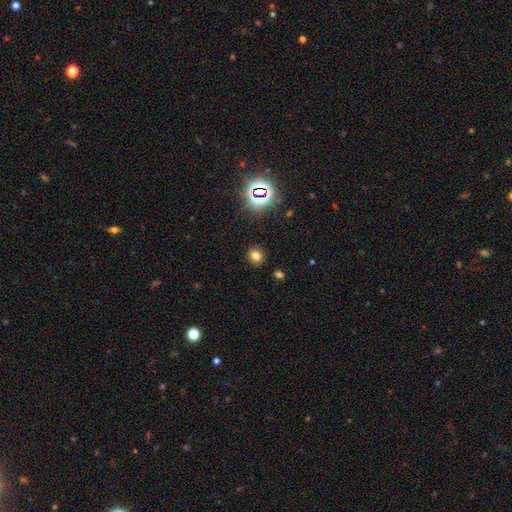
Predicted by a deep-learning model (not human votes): Smooth or featured? Predicted: smooth (p=0.72). How rounded? Predicted: round (p=0.79). Merging? Predicted: none (p=0.89).